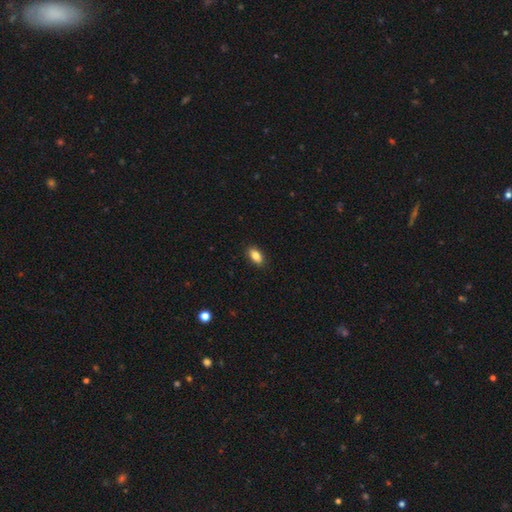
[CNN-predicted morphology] A smooth galaxy with no disk features (85%) that is in between round and cigar-shaped (90%).

Vote fractions:
- Smooth or featured? smooth: 85% / star or artifact: 8% / featured or disk: 7%
- How rounded? in between: 90% / cigar-shaped: 5% / round: 5%
- Merging? none: 88% / minor disturbance: 9% / major disturbance: 2% / merger: 1%